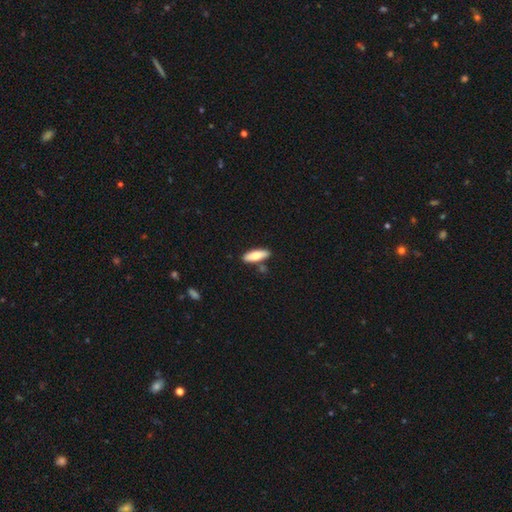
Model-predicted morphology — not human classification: smooth-or-featured: smooth: 72% | featured or disk: 22% | star or artifact: 5%
  how-rounded: in between: 55% | cigar-shaped: 43% | round: 2%
  merging: none: 81% | minor disturbance: 10% | merger: 6% | major disturbance: 2%